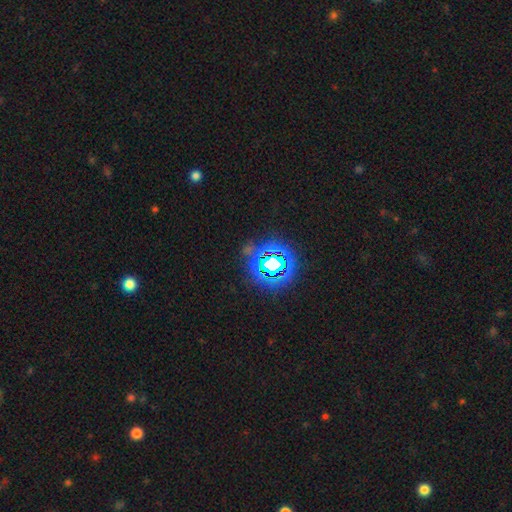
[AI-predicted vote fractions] Overall: star or artifact (78%).